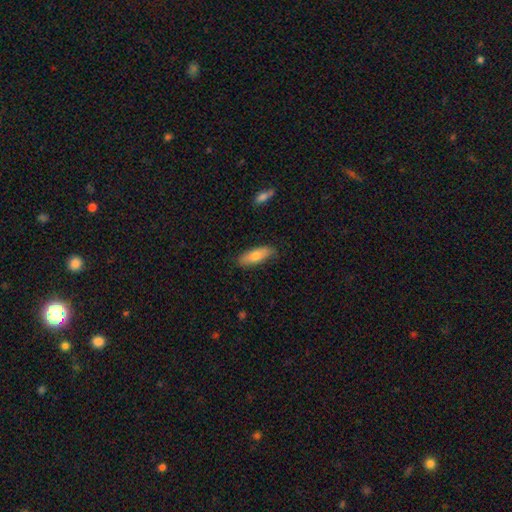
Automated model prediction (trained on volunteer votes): This is likely a smooth galaxy (76%). How rounded: likely in between (65%). Merging: clearly none (84%).